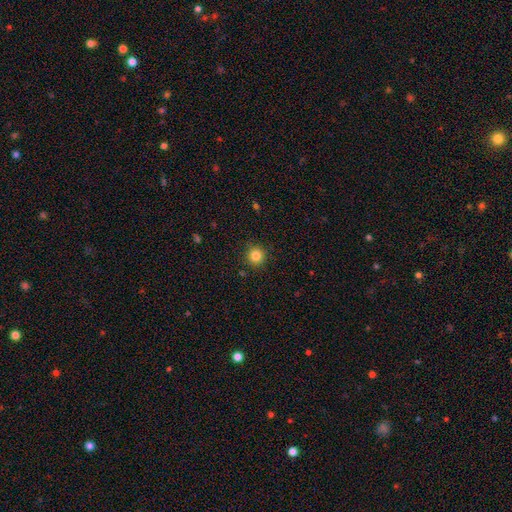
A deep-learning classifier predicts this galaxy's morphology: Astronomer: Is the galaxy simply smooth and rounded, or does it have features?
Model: smooth — 83%.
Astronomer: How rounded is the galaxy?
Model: round — 94%.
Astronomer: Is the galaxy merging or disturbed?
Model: none — 90%.